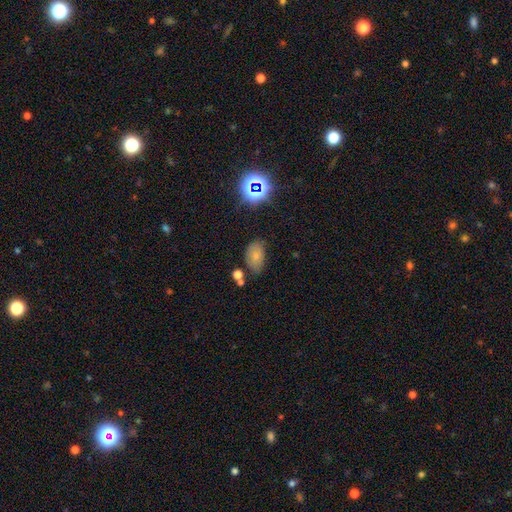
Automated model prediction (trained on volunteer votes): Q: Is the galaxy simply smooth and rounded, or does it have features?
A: smooth — 72%.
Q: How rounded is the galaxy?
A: in between — 88%.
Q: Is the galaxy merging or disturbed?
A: none — 63%.